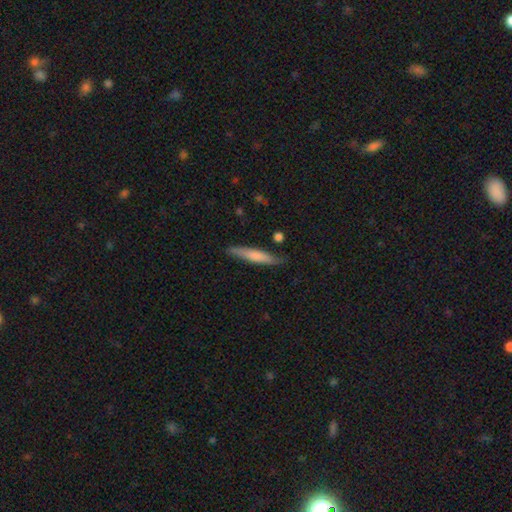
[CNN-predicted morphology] smooth 64%, featured or disk 30%, star or artifact 5%. Down the decision tree: how rounded — cigar-shaped (91%); merging — none (81%).